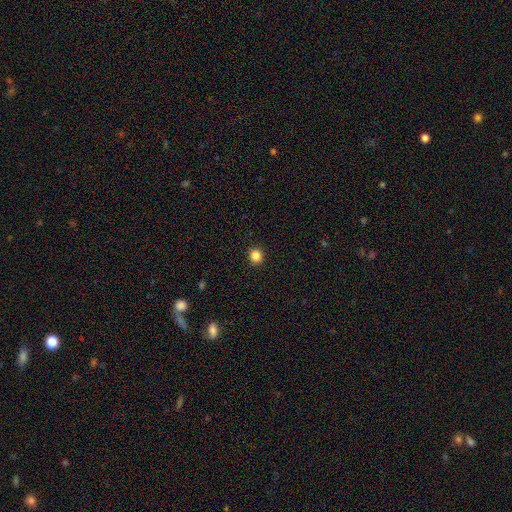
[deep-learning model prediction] smooth-or-featured: smooth: 86% | star or artifact: 11% | featured or disk: 3%
  how-rounded: round: 88% | in between: 11% | cigar-shaped: 1%
  merging: none: 93% | minor disturbance: 5% | major disturbance: 2% | merger: 1%